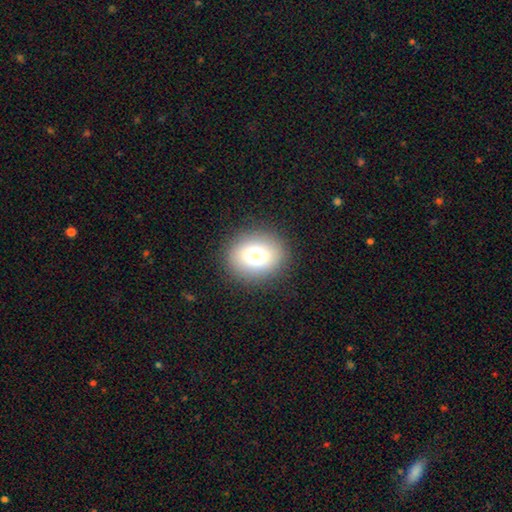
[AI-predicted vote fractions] Smooth or featured?
  - smooth: 76% *
  - star or artifact: 13%
  - featured or disk: 11%
How rounded?
  - round: 73% *
  - in between: 27%
  - cigar-shaped: 1%
Merging?
  - none: 88% *
  - minor disturbance: 7%
  - major disturbance: 3%
  - merger: 1%